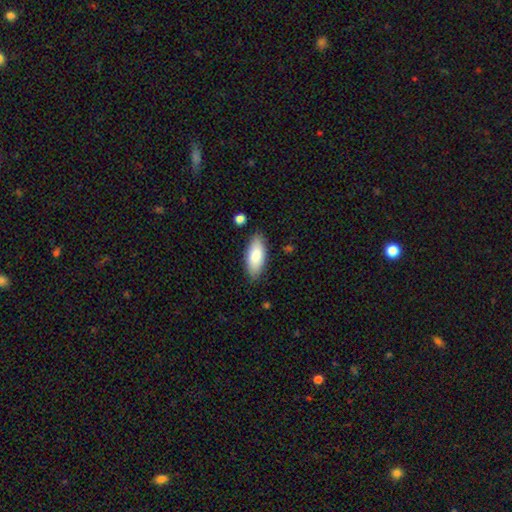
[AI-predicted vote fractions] smooth-or-featured: smooth: 83% | featured or disk: 12% | star or artifact: 6%
  how-rounded: in between: 81% | cigar-shaped: 18% | round: 2%
  merging: none: 83% | minor disturbance: 12% | major disturbance: 3% | merger: 2%